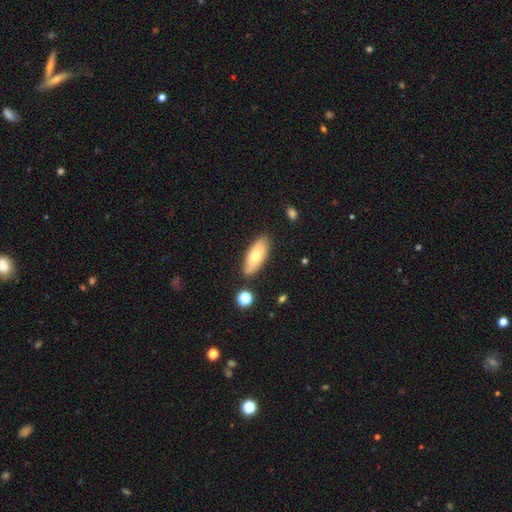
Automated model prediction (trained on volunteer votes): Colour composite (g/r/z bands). It shows a smooth galaxy with no disk features (65%) that is in between round and cigar-shaped (81%). Merging: none (82%).